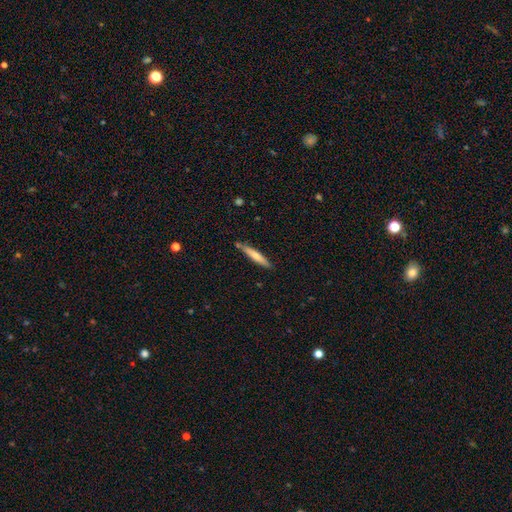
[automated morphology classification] This appears to be a smooth galaxy with no disk features (62%) that is cigar-shaped (93%). Merging: none (83%).